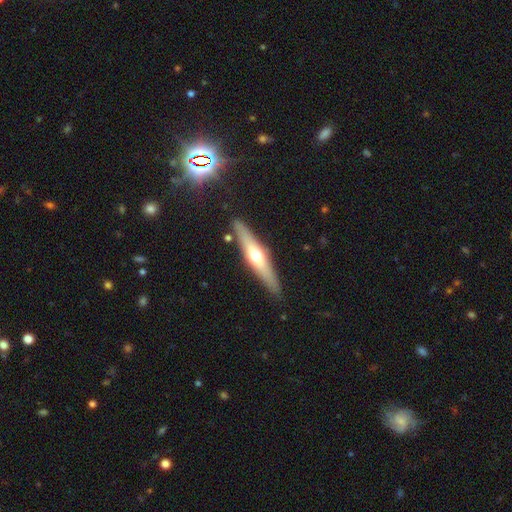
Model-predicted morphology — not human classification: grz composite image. It shows a featured or disk galaxy (56%) viewed edge-on (90%). Merging: none (87%).